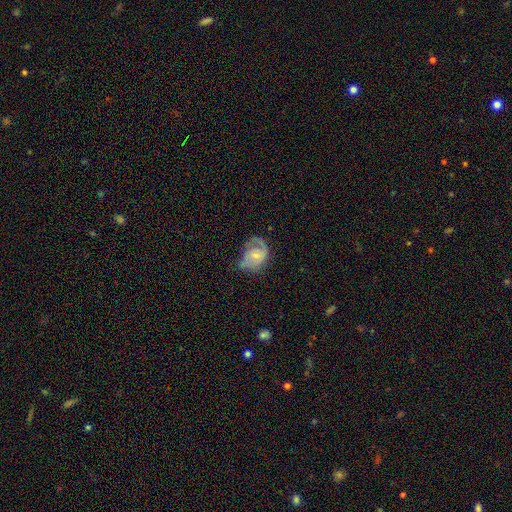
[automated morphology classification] This is possibly a featured or disk galaxy (58%). It is clearly not viewed edge-on (97%). Bar: likely no (68%). Spiral arm pattern: likely yes (79%). Central bulge: possibly small (55%). Merging: marginally none (39%).